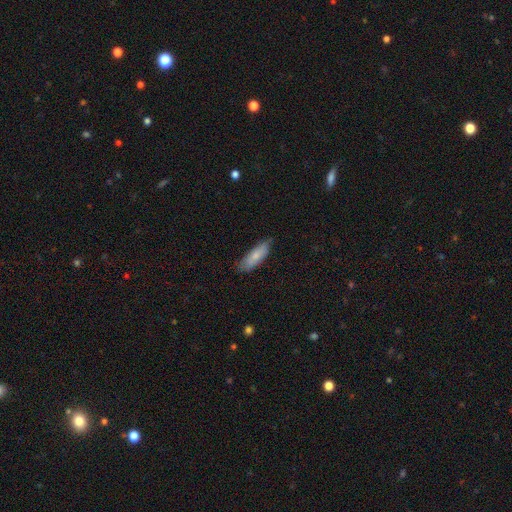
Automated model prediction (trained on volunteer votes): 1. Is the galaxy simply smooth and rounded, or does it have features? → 77% smooth, 17% featured or disk, 6% star or artifact.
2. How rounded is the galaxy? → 55% in between, 43% cigar-shaped, 2% round.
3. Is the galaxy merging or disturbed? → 72% none, 24% minor disturbance, 3% major disturbance, 1% merger.